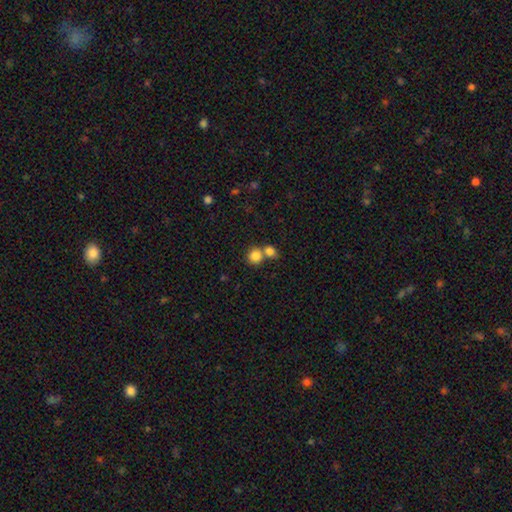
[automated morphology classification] This is clearly a smooth galaxy (83%). How rounded: clearly round (85%). Merging: possibly none (46%).